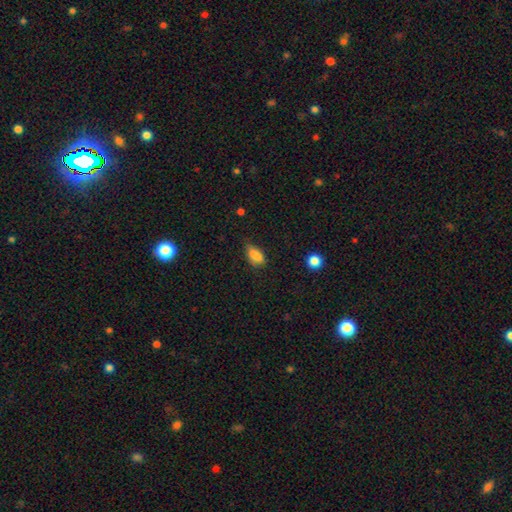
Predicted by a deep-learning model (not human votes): This appears to be a smooth galaxy with no disk features (82%) that is in between round and cigar-shaped (85%). Merging: none (57%).